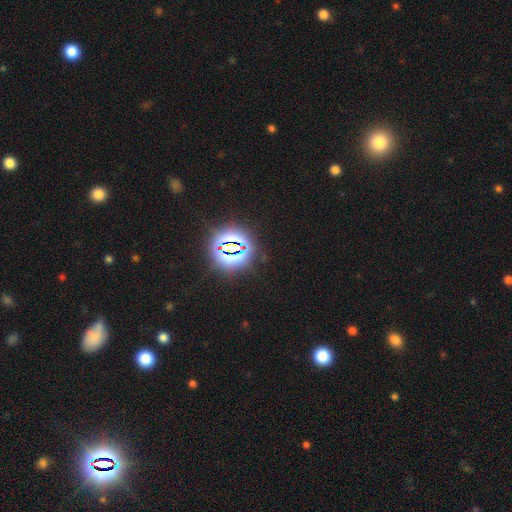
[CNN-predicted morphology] Smooth or featured?
  - star or artifact: 80% *
  - smooth: 13%
  - featured or disk: 7%